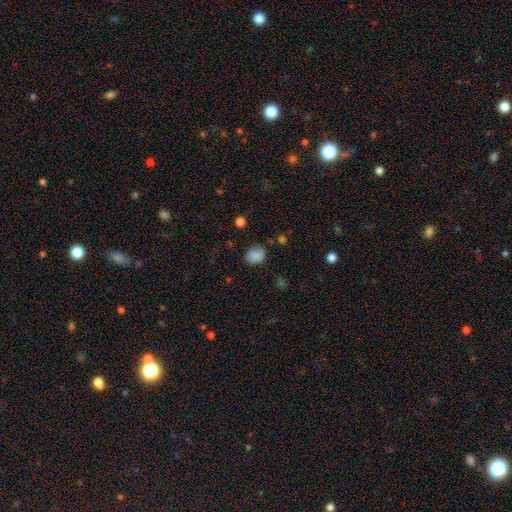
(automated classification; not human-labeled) A smooth galaxy with no disk features (85%) that is in between round and cigar-shaped (50%).

Vote fractions:
- Smooth or featured? smooth: 85% / star or artifact: 10% / featured or disk: 5%
- How rounded? in between: 50% / round: 49% / cigar-shaped: 1%
- Merging? none: 76% / minor disturbance: 18% / major disturbance: 4% / merger: 2%